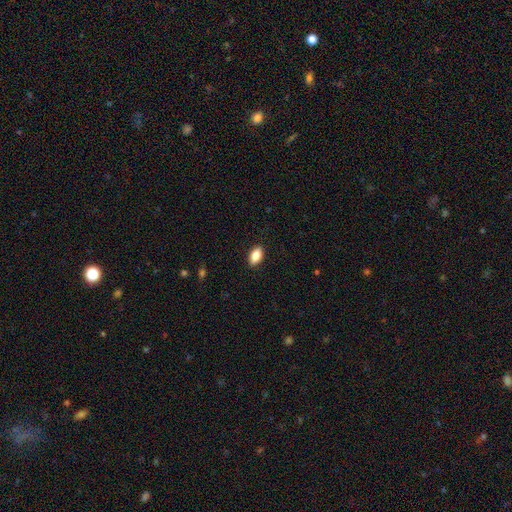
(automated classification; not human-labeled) A smooth galaxy with no disk features (87%) that is in between round and cigar-shaped (92%). Merging: none (89%).